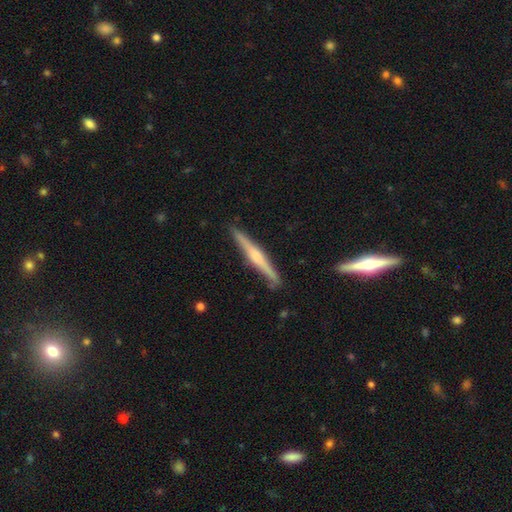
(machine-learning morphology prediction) This is likely a featured or disk galaxy (70%). It is clearly viewed edge-on (98%). Edge-on bulge: likely rounded (75%). Merging: clearly none (88%).